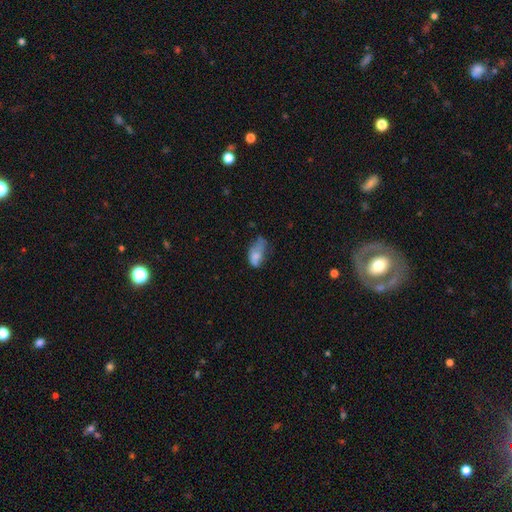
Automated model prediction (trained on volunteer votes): Smooth or featured? smooth (69%)
How rounded? in between (90%)
Merging? minor disturbance (36%)